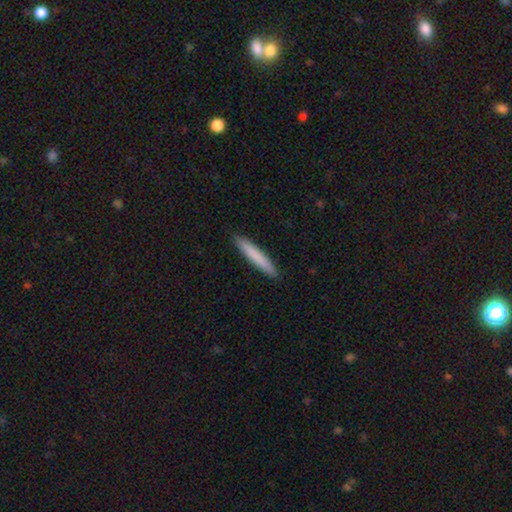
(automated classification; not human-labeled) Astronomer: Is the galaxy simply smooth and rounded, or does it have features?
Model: smooth — 80%.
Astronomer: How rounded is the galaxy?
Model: cigar-shaped — 95%.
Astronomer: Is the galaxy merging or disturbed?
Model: none — 92%.